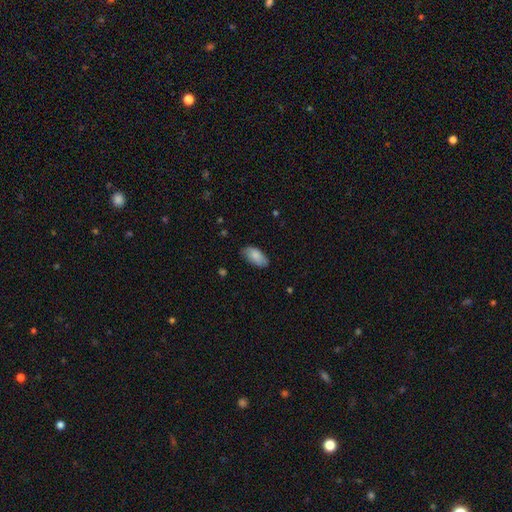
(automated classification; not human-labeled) smooth-or-featured: smooth: 84% | featured or disk: 9% | star or artifact: 6%
  how-rounded: in between: 93% | cigar-shaped: 5% | round: 2%
  merging: none: 78% | minor disturbance: 18% | major disturbance: 3% | merger: 1%